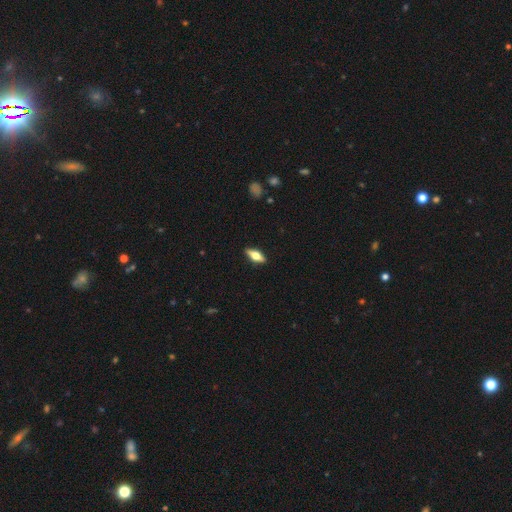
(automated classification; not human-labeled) smooth_or_featured: smooth (p=0.48) [alt: featured or disk p=0.46]
merging: none (p=0.89) [alt: minor disturbance p=0.08]